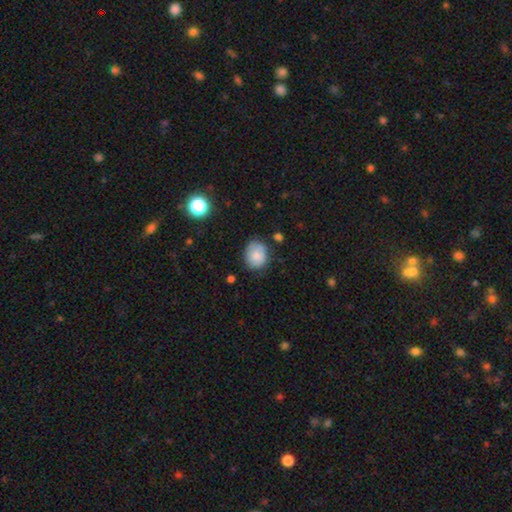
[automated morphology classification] This is likely a smooth galaxy (79%). How rounded: possibly round (52%). Merging: likely none (66%).